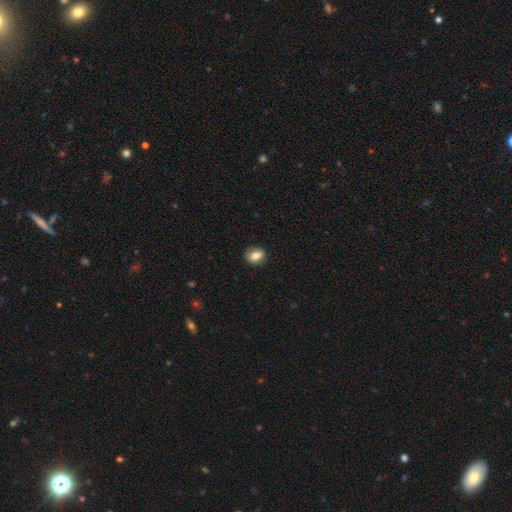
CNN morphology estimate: A smooth galaxy with no disk features (77%) that is in between round and cigar-shaped (53%).

Vote fractions:
- Smooth or featured? smooth: 77% / featured or disk: 15% / star or artifact: 8%
- How rounded? in between: 53% / round: 46% / cigar-shaped: 1%
- Merging? none: 84% / minor disturbance: 12% / major disturbance: 3% / merger: 1%